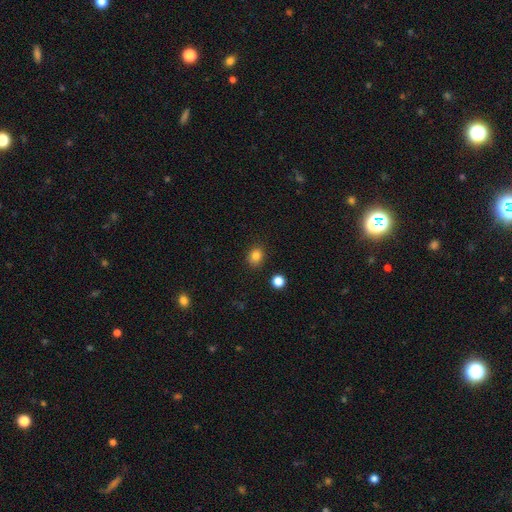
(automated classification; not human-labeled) A smooth galaxy with no disk features (84%) that is round (68%).

Vote fractions:
- Smooth or featured? smooth: 84% / star or artifact: 12% / featured or disk: 4%
- How rounded? round: 68% / in between: 32% / cigar-shaped: 1%
- Merging? none: 86% / minor disturbance: 9% / major disturbance: 3% / merger: 2%